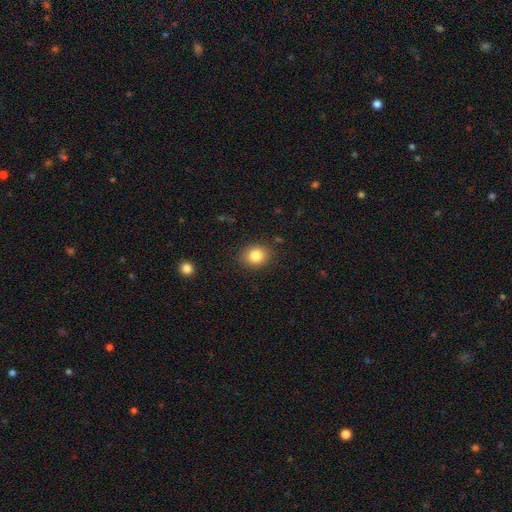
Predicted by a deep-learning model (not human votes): Smooth or featured: smooth — 83% (star or artifact — 10%)
How rounded: round — 63% (in between — 37%)
Merging: none — 87% (minor disturbance — 9%)